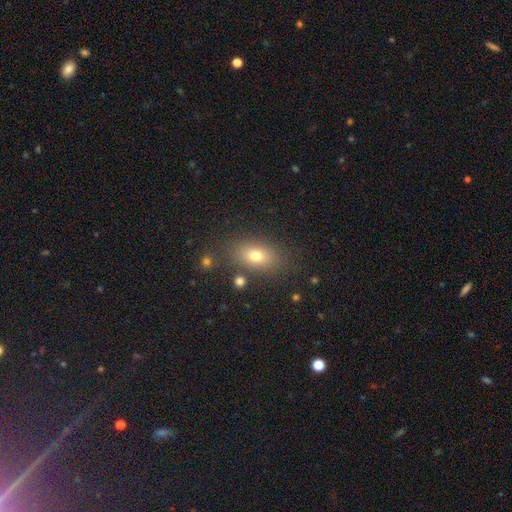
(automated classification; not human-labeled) Smooth or featured? Predicted: smooth (p=0.72). How rounded? Predicted: in between (p=0.82). Merging? Predicted: none (p=0.81).